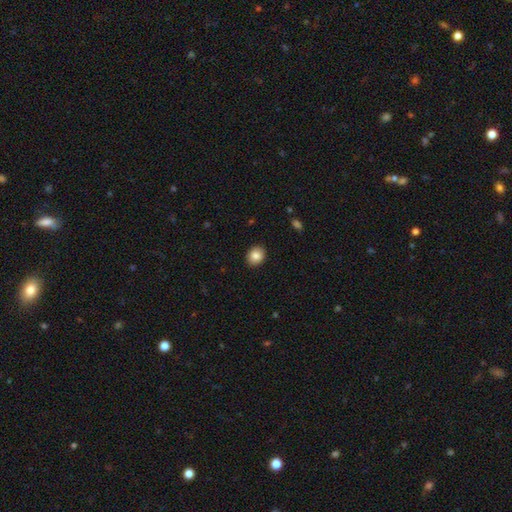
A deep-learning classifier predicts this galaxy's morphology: This appears to be a smooth galaxy with no disk features (84%) that is round (62%). Merging: none (91%).